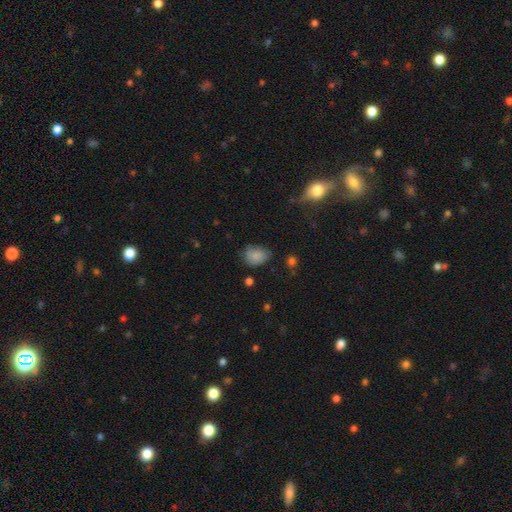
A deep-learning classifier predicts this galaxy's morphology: Smooth or featured? Predicted: smooth (p=0.81). How rounded? Predicted: in between (p=0.65). Merging? Predicted: none (p=0.56).